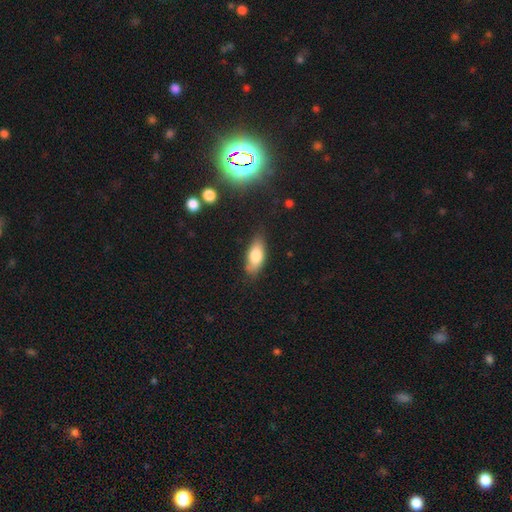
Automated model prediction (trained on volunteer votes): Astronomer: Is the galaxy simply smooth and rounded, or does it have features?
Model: smooth — 76%.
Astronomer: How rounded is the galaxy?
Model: in between — 82%.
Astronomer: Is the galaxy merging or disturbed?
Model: none — 75%.